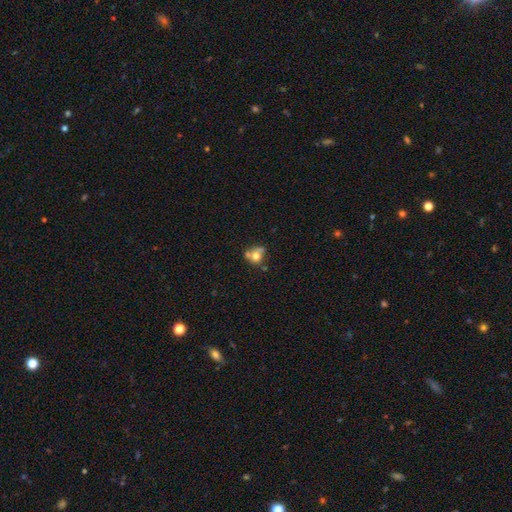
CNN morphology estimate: Smooth or featured?
  - smooth: 66% *
  - featured or disk: 23%
  - star or artifact: 11%
How rounded?
  - round: 65% *
  - in between: 34%
  - cigar-shaped: 1%
Merging?
  - merger: 39% *
  - none: 35%
  - minor disturbance: 16%
  - major disturbance: 10%